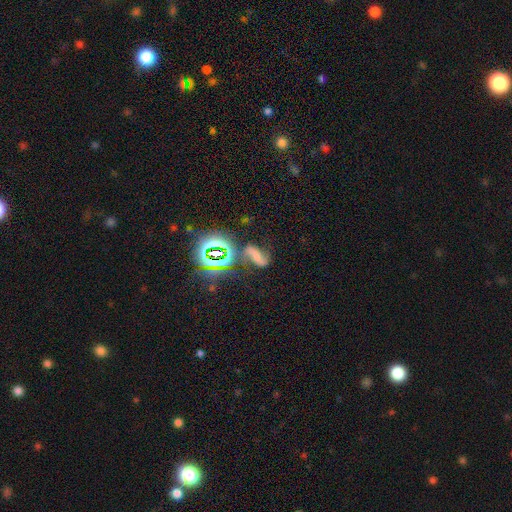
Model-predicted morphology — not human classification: Smooth or featured: featured or disk — 47% (star or artifact — 29%)
Merging: none — 52% (minor disturbance — 19%)